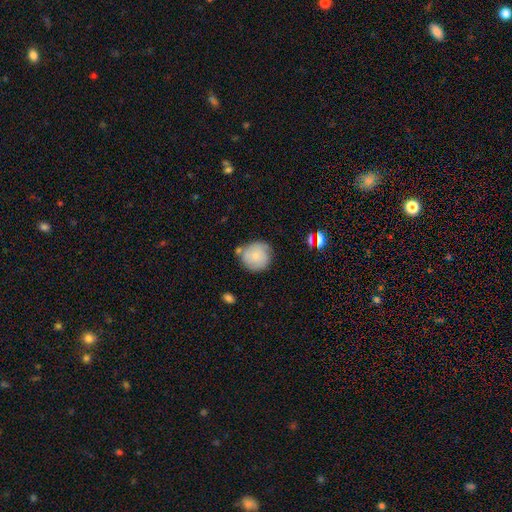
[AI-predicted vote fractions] The model was most divided on "merging": none: 67%, minor disturbance: 19%, merger: 8%, major disturbance: 5%. More confident: how rounded — round (89%); smooth or featured — smooth (71%).